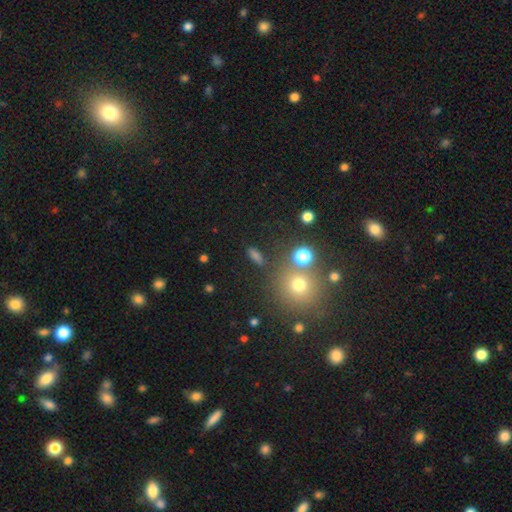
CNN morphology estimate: smooth_or_featured: smooth (p=0.67) [alt: star or artifact p=0.22]
how_rounded: in between (p=0.50) [alt: round p=0.25]
merging: none (p=0.80) [alt: minor disturbance p=0.10]